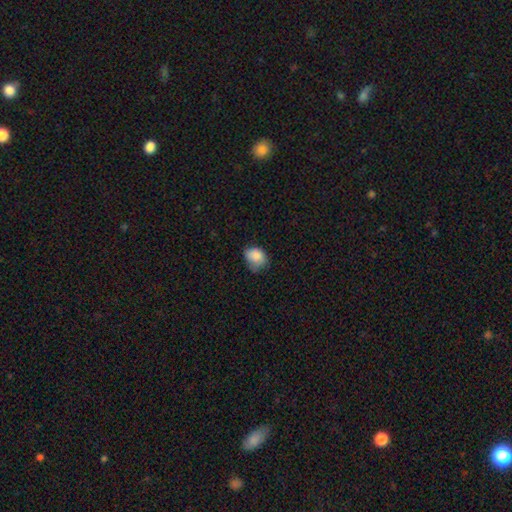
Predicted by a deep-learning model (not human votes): Smooth or featured? Predicted: smooth (p=0.83). How rounded? Predicted: in between (p=0.56). Merging? Predicted: none (p=0.49).